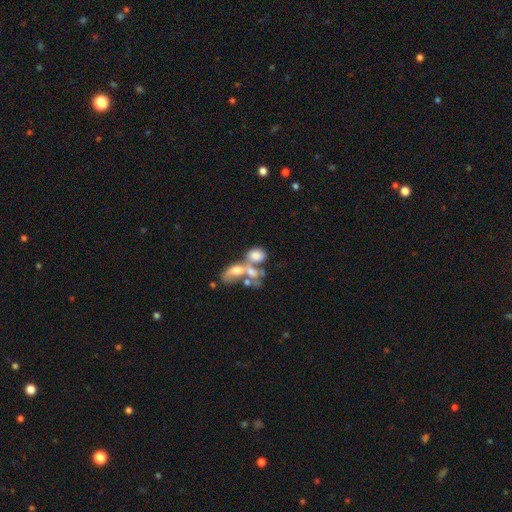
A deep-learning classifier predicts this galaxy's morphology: Smooth or featured?
  - smooth: 60% *
  - featured or disk: 28%
  - star or artifact: 12%
How rounded?
  - in between: 75% *
  - round: 23%
  - cigar-shaped: 2%
Merging?
  - merger: 65% *
  - none: 17%
  - major disturbance: 11%
  - minor disturbance: 7%